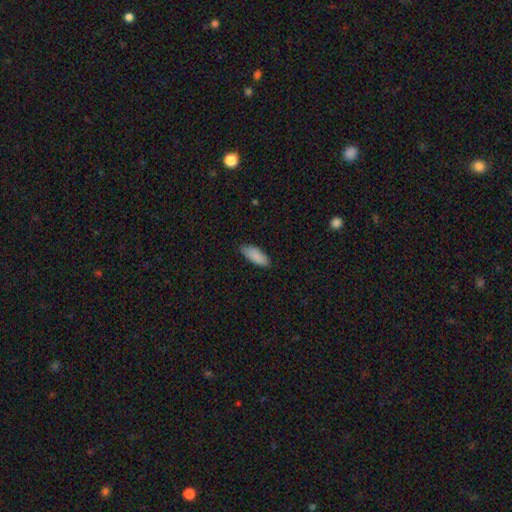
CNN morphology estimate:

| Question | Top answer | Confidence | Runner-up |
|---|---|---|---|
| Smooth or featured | smooth | 89% | star or artifact (6%) |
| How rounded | in between | 78% | cigar-shaped (20%) |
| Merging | none | 82% | minor disturbance (15%) |